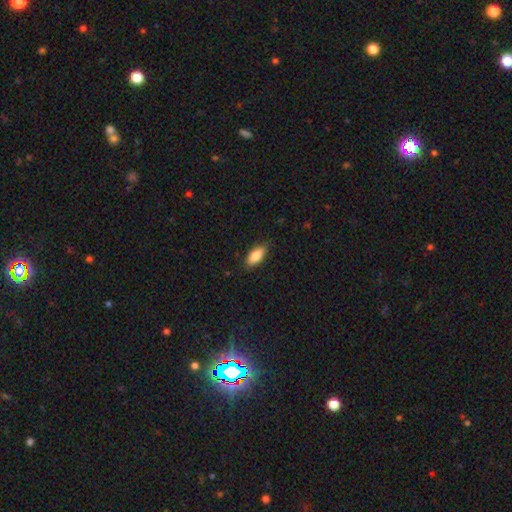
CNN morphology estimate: type=smooth (83%); roundness=in between (83%); merging=none (85%).